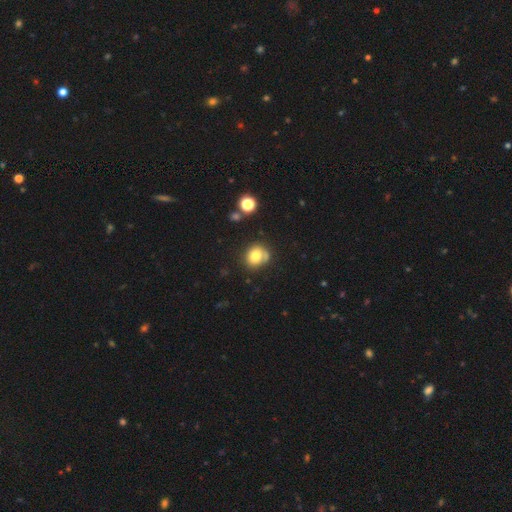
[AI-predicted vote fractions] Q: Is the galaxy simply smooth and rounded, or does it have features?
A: smooth — 77%.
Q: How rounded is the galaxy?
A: round — 70%.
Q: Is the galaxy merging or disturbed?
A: none — 62%.